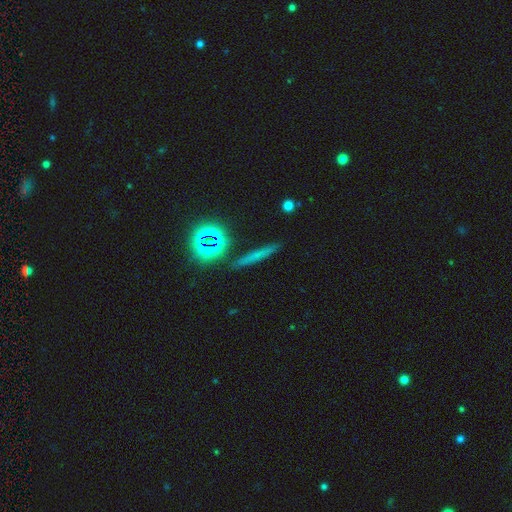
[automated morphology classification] Overall: smooth (48%; featured or disk 26%). Merging: none (88%).